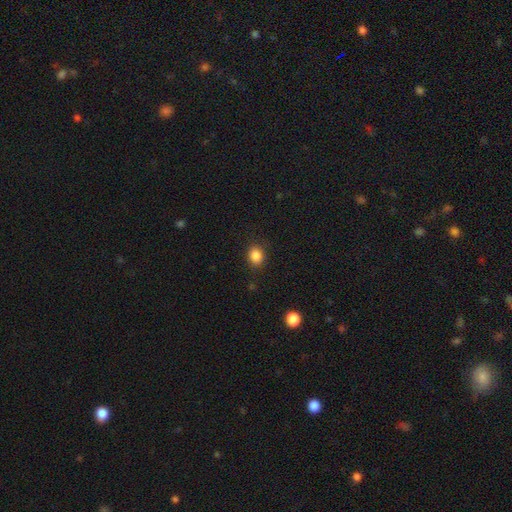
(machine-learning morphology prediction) This is clearly a smooth galaxy (86%). How rounded: possibly round (58%). Merging: clearly none (86%).